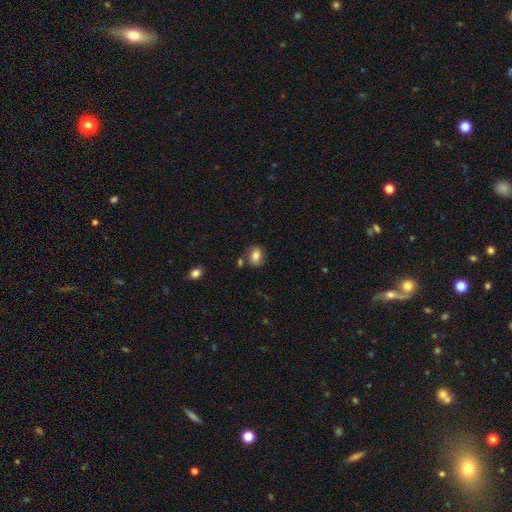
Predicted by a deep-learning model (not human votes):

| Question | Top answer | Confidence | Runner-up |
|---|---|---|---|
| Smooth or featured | smooth | 75% | featured or disk (15%) |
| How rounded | in between | 52% | round (46%) |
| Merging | none | 72% | minor disturbance (15%) |